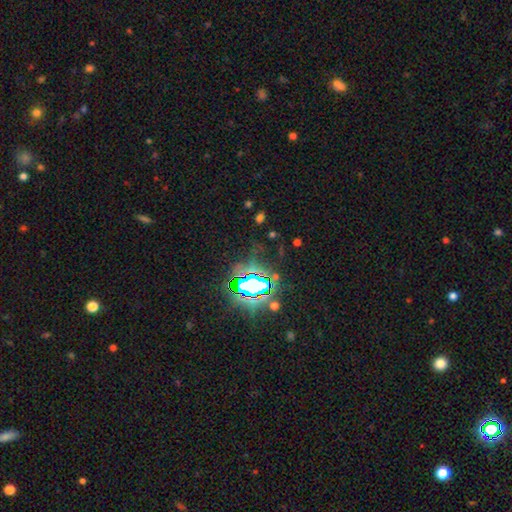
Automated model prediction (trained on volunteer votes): smooth_or_featured: star or artifact (p=0.81) [alt: smooth p=0.11]